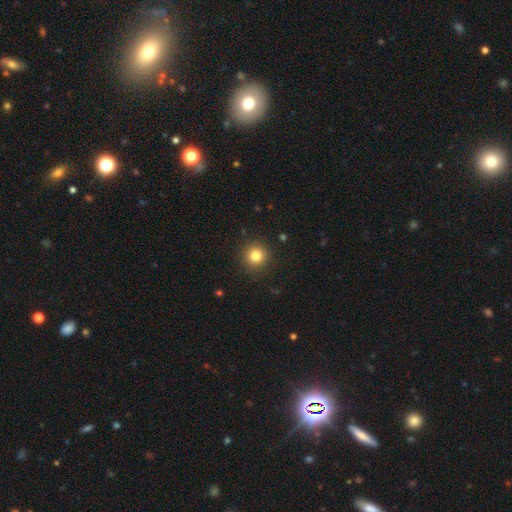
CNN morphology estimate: Overall: smooth (82%). How rounded: round (94%). Merging: none (90%).